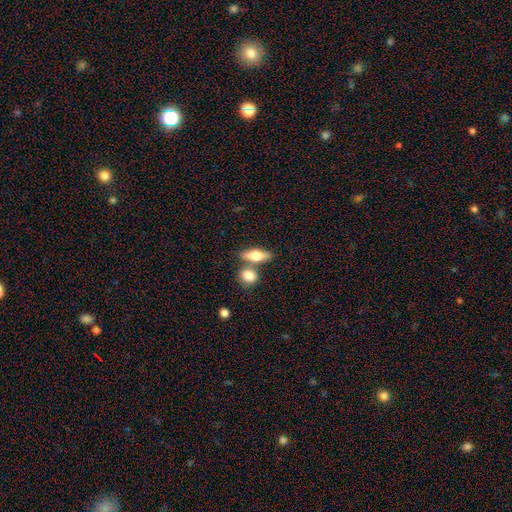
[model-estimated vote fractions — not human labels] Smooth or featured: smooth — 64% (featured or disk — 29%)
How rounded: in between — 64% (cigar-shaped — 28%)
Merging: none — 55% (merger — 32%)